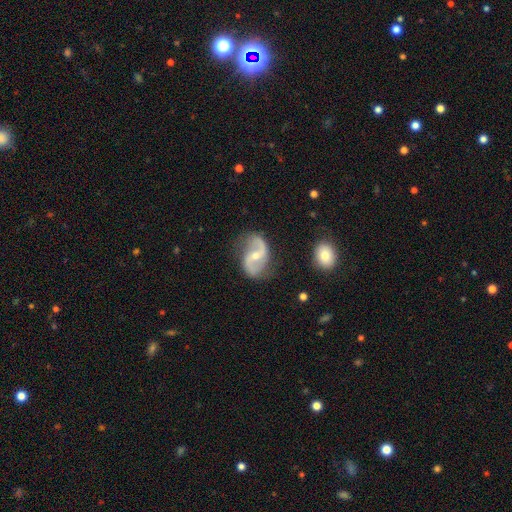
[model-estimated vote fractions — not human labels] This is clearly a featured or disk galaxy (89%). It is clearly not viewed edge-on (98%). Bar: marginally weak (44%). Spiral arm pattern: clearly yes (96%). Spiral arm count: clearly 2 (93%). Spiral winding: possibly loose (60%). Central bulge: possibly small (50%). Merging: likely none (74%).